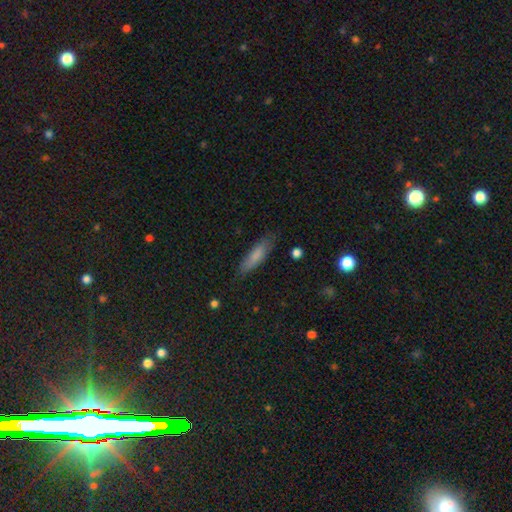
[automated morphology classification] Smooth or featured? Predicted: smooth (p=0.77). How rounded? Predicted: cigar-shaped (p=0.66). Merging? Predicted: none (p=0.80).